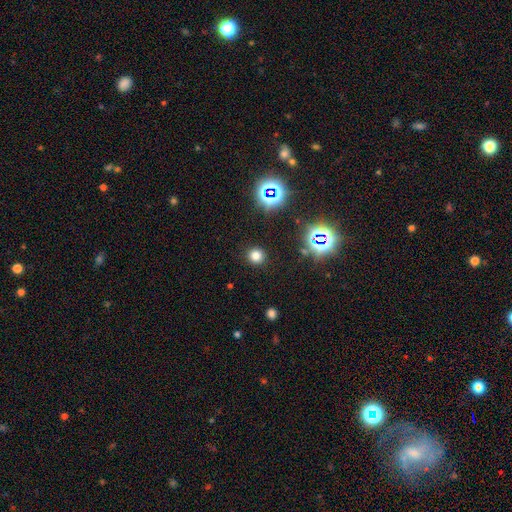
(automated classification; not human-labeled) Smooth or featured? Predicted: smooth (p=0.72). How rounded? Predicted: round (p=0.91). Merging? Predicted: none (p=0.91).